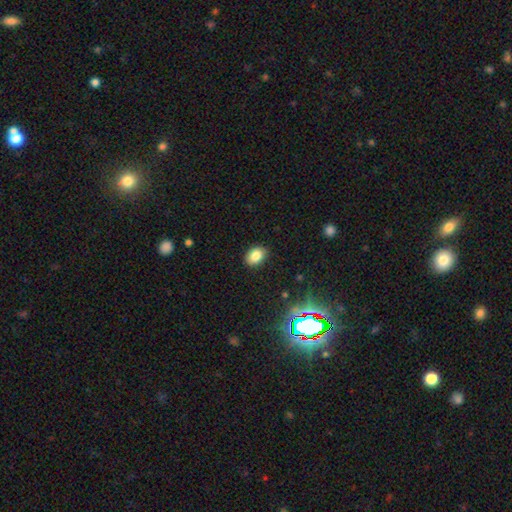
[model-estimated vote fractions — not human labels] A smooth galaxy with no disk features (82%) that is in between round and cigar-shaped (76%). Merging: none (87%).